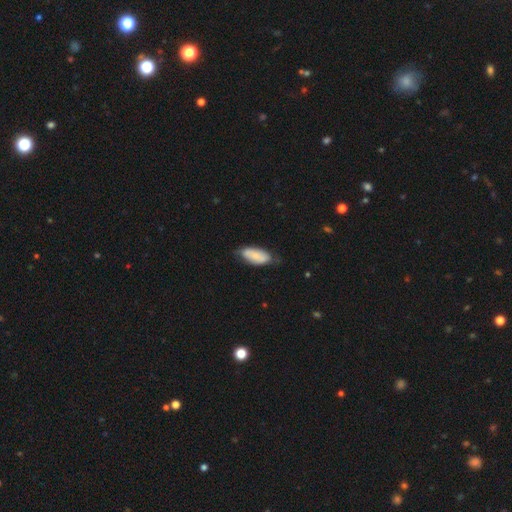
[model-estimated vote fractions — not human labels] smooth 74%, featured or disk 20%, star or artifact 6%. Down the decision tree: how rounded — in between (87%); merging — none (60%).